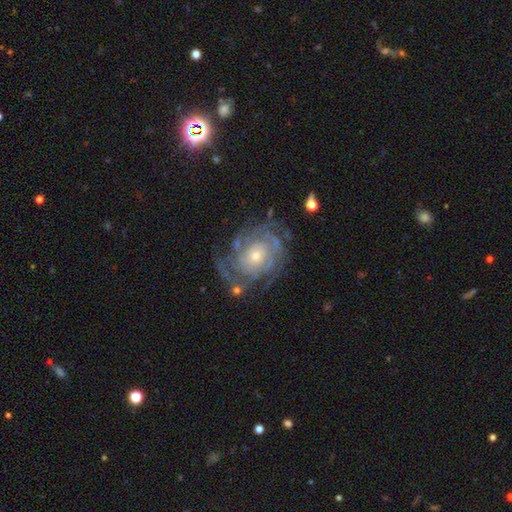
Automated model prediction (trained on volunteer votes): The model was most divided on "bulge size": small: 51%, moderate: 42%, large: 4%, none: 1%, dominant: 1%. Remaining: edge-on disk — no (97%); spiral arms — yes (94%); smooth or featured — featured or disk (86%); bar — no (78%); spiral winding — tight (72%); merging — none (70%); spiral arm count — can't tell (38%).